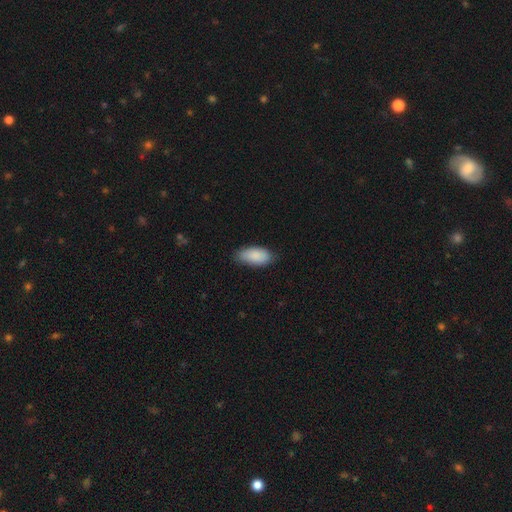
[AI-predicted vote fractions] Smooth or featured? Predicted: smooth (p=0.89). How rounded? Predicted: in between (p=0.91). Merging? Predicted: none (p=0.79).